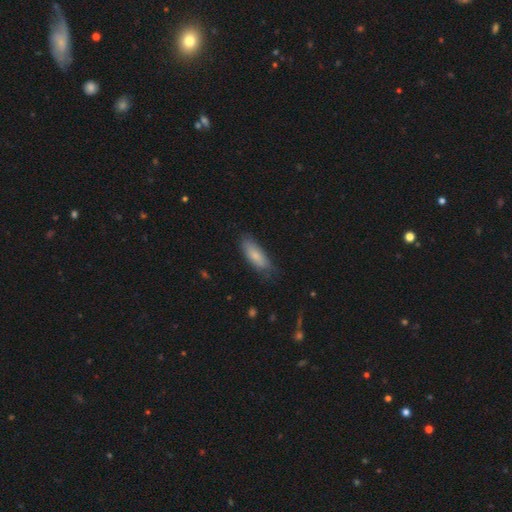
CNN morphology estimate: This is likely a smooth galaxy (77%). How rounded: likely in between (63%). Merging: likely none (70%).